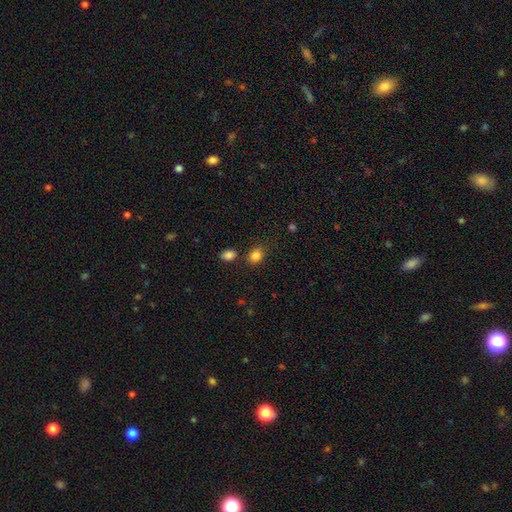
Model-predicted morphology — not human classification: smooth-or-featured: smooth: 85% | star or artifact: 11% | featured or disk: 5%
  how-rounded: in between: 57% | round: 42% | cigar-shaped: 1%
  merging: none: 74% | minor disturbance: 13% | merger: 10% | major disturbance: 4%